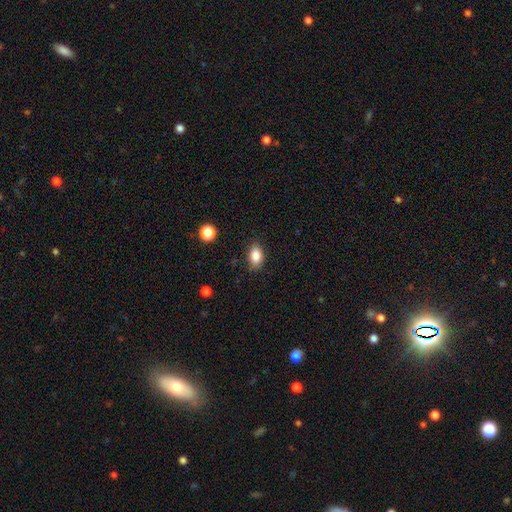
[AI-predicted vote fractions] Smooth or featured? smooth (86%)
How rounded? in between (86%)
Merging? none (85%)